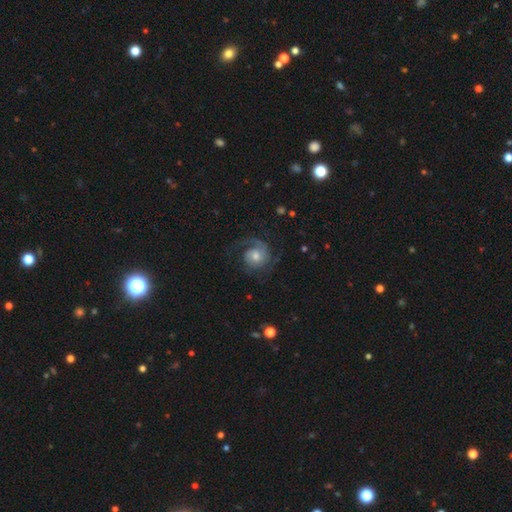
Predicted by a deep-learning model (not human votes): The model was most divided on "spiral arm count": 1: 43%, 2: 40%, can't tell: 8%, 3: 5%, 4: 2%, more than 4: 2%. Remaining: edge-on disk — no (98%); spiral arms — yes (95%); smooth or featured — featured or disk (78%); bar — no (72%); merging — none (66%); bulge size — moderate (58%); spiral winding — medium (42%).